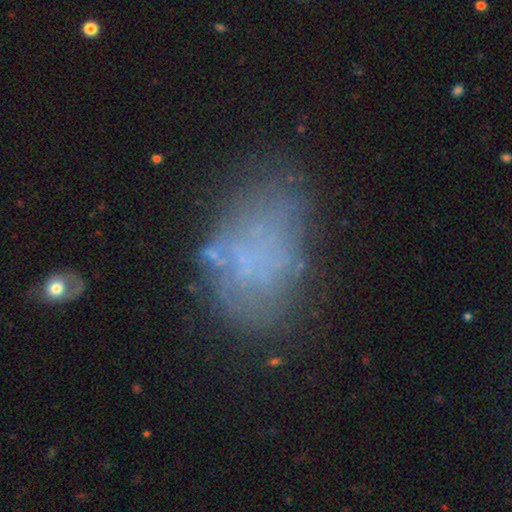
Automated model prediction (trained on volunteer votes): Q: Smooth or featured?
A: smooth (49%); runner-up: featured or disk (35%)
Q: Merging?
A: none (54%); runner-up: minor disturbance (23%)